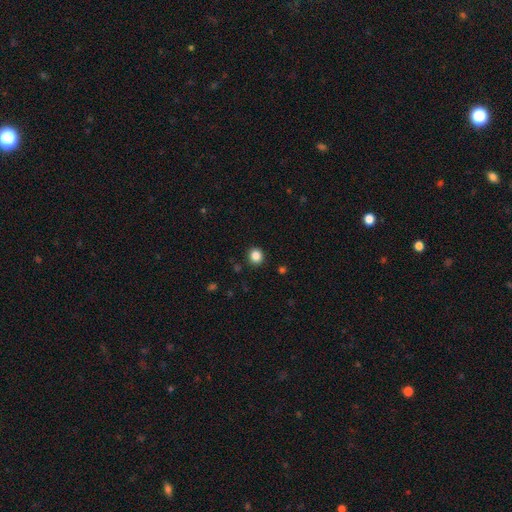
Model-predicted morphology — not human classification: This appears to be a smooth galaxy with no disk features (85%) that is round (86%). Merging: none (91%).